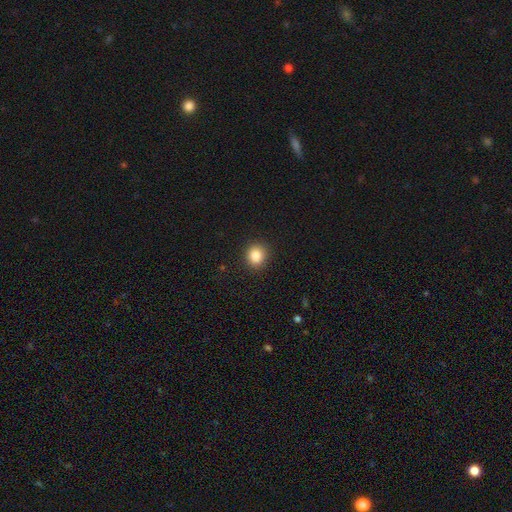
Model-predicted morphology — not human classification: This appears to be a smooth galaxy with no disk features (86%) that is round (80%). Merging: none (89%).